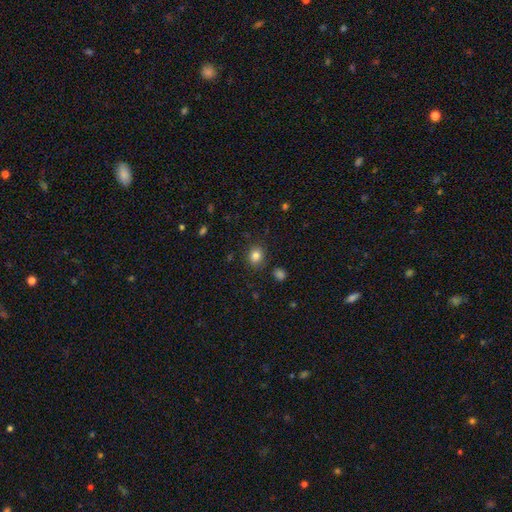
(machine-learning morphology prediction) Smooth or featured?
  - smooth: 83% *
  - star or artifact: 11%
  - featured or disk: 6%
How rounded?
  - round: 70% *
  - in between: 29%
  - cigar-shaped: 1%
Merging?
  - none: 85% *
  - minor disturbance: 10%
  - major disturbance: 3%
  - merger: 2%